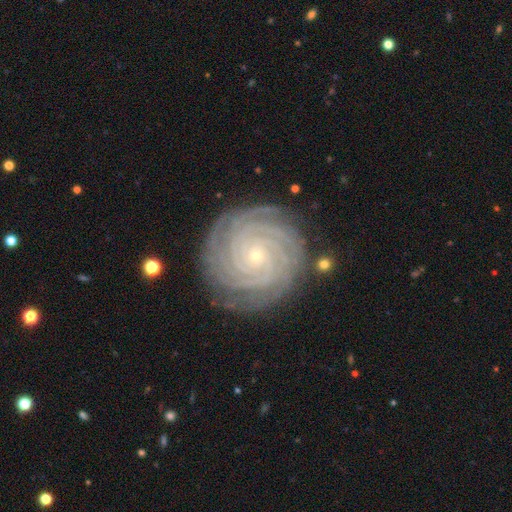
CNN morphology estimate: Overall: featured or disk (91%). Edge-on disk: no (98%). Bar: no (79%). Spiral arms: yes (99%). Spiral arm count: 4 (35%; more than 4 22%). Spiral winding: tight (91%). Bulge size: small (88%). Merging: none (85%).